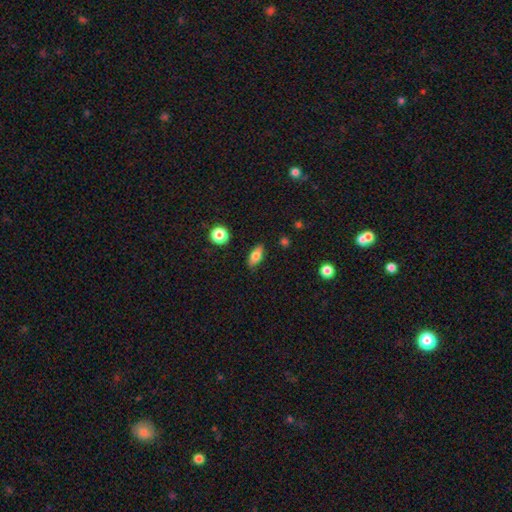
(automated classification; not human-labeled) Overall: smooth (74%). How rounded: in between (79%). Merging: none (85%).